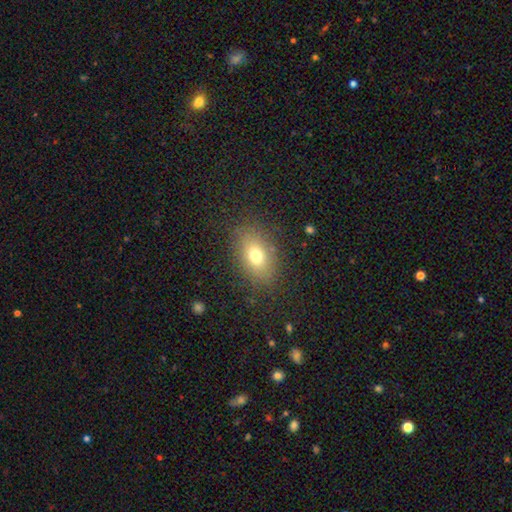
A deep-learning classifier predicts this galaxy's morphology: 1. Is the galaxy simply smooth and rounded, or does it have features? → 72% smooth, 15% featured or disk, 13% star or artifact.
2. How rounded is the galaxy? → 79% in between, 19% round, 2% cigar-shaped.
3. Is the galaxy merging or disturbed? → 83% none, 11% minor disturbance, 5% major disturbance, 1% merger.